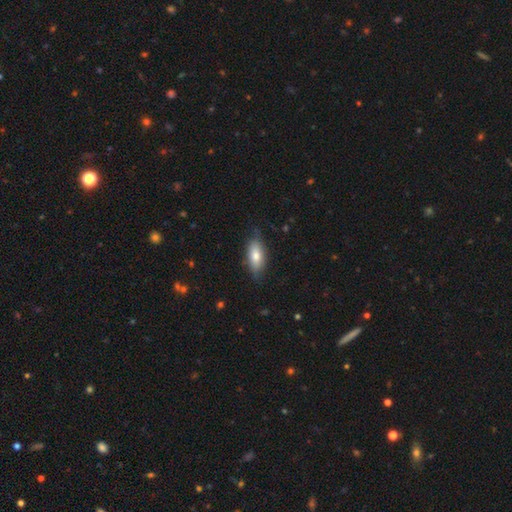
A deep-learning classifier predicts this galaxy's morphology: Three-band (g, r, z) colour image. It shows a smooth galaxy with no disk features (74%) that is in between round and cigar-shaped (82%). Merging: none (75%).